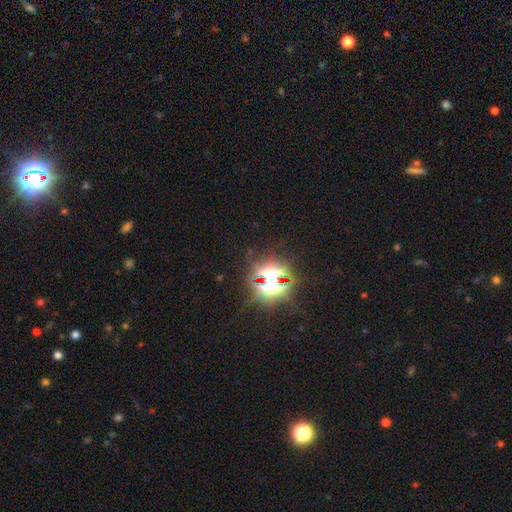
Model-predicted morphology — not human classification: This appears to be a star or artifact, not a galaxy (83%).